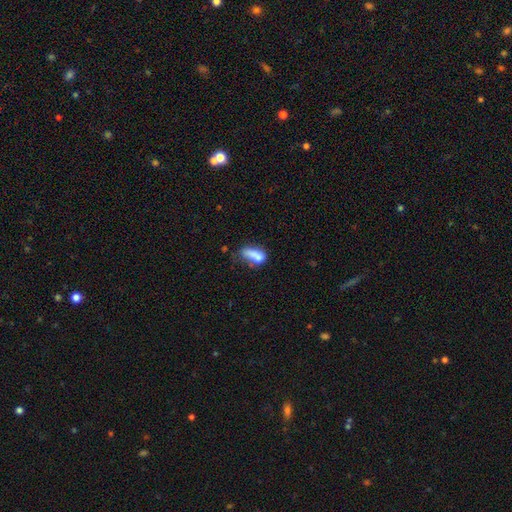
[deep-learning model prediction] Overall: smooth (72%). How rounded: in between (73%). Merging: none (28%; minor disturbance 26%).